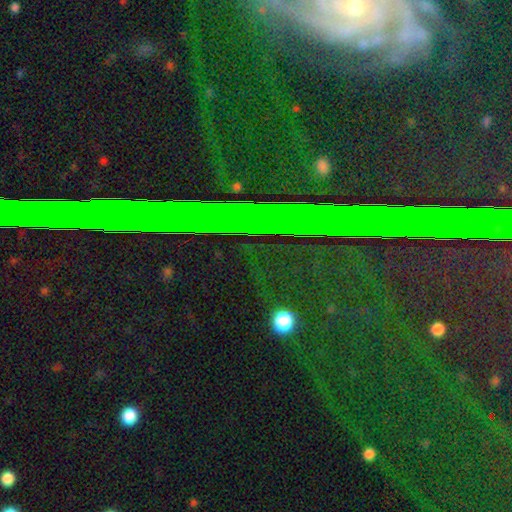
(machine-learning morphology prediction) Overall: star or artifact (82%).